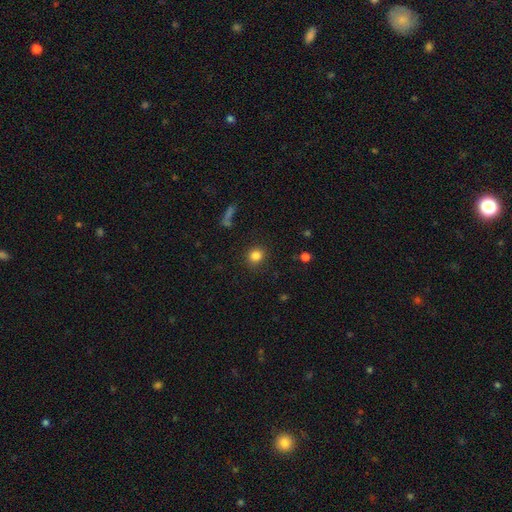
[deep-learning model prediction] smooth_or_featured: smooth (p=0.84) [alt: star or artifact p=0.11]
how_rounded: round (p=0.86) [alt: in between p=0.13]
merging: none (p=0.88) [alt: minor disturbance p=0.07]